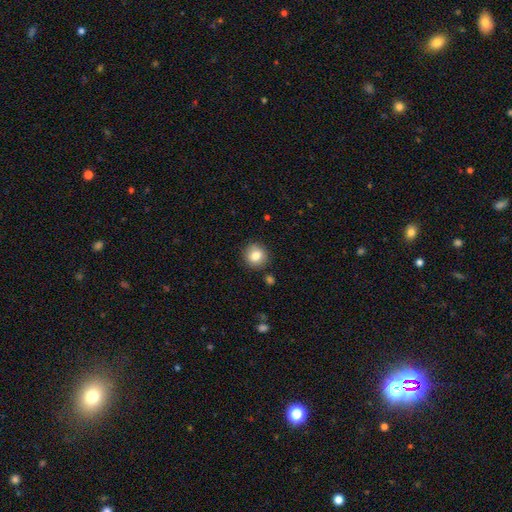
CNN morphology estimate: Smooth or featured? Predicted: smooth (p=0.82). How rounded? Predicted: round (p=0.90). Merging? Predicted: none (p=0.88).